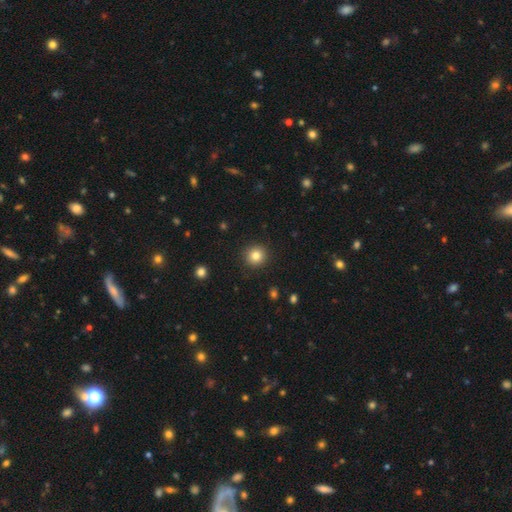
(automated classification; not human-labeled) The model was most divided on "smooth or featured": smooth: 83%, star or artifact: 11%, featured or disk: 6%. More confident: how rounded — round (94%); merging — none (92%).